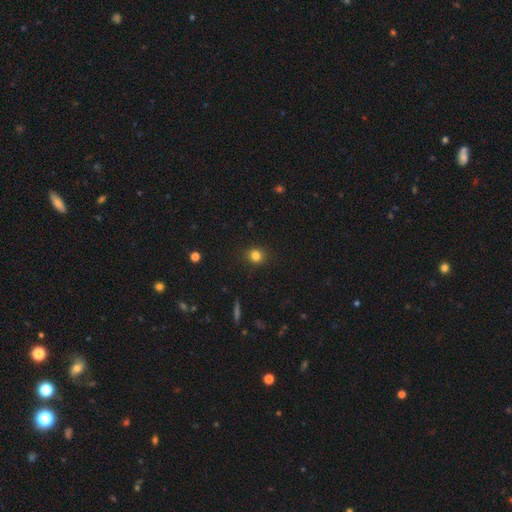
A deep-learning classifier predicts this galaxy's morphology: smooth 81%, star or artifact 13%, featured or disk 6%. Down the decision tree: how rounded — round (83%); merging — none (89%).